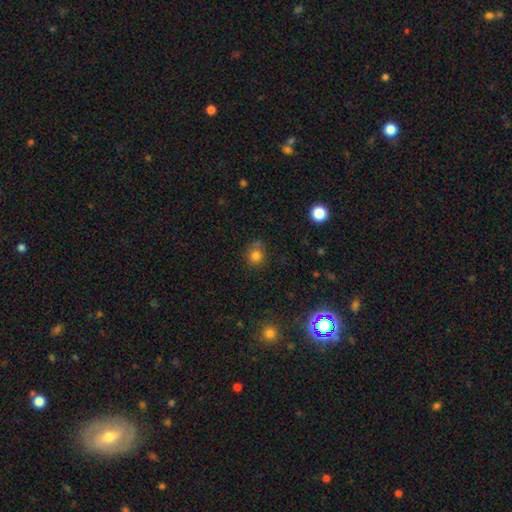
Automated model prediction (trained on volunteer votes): A smooth galaxy with no disk features (78%) that is round (81%).

Vote fractions:
- Smooth or featured? smooth: 78% / star or artifact: 14% / featured or disk: 8%
- How rounded? round: 81% / in between: 18% / cigar-shaped: 1%
- Merging? none: 64% / minor disturbance: 20% / merger: 10% / major disturbance: 6%